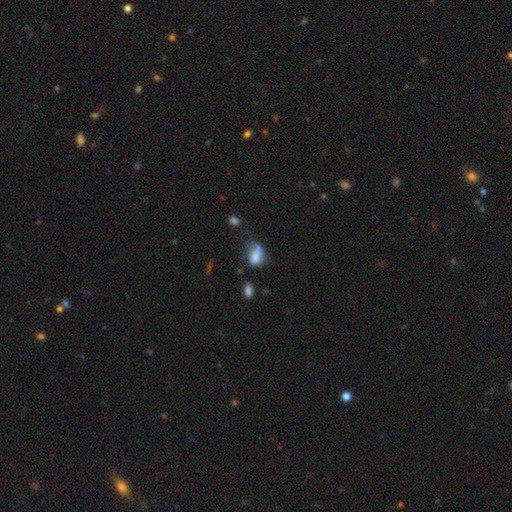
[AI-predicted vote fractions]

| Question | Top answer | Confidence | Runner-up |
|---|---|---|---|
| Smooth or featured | smooth | 70% | featured or disk (20%) |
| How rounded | in between | 82% | round (15%) |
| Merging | minor disturbance | 31% | none (30%) |